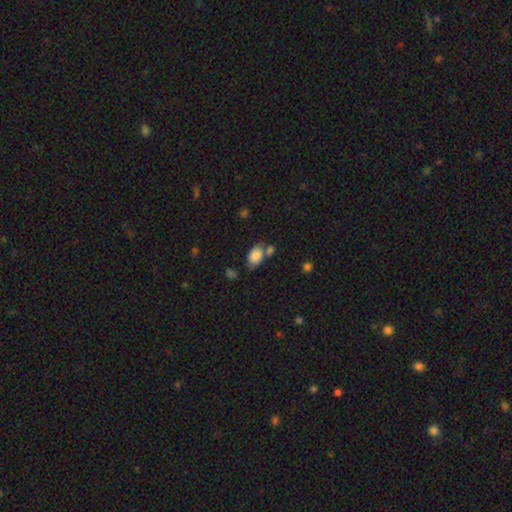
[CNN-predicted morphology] The model was most divided on "merging": none: 54%, merger: 21%, minor disturbance: 19%, major disturbance: 7%. More confident: how rounded — in between (87%); smooth or featured — smooth (85%).